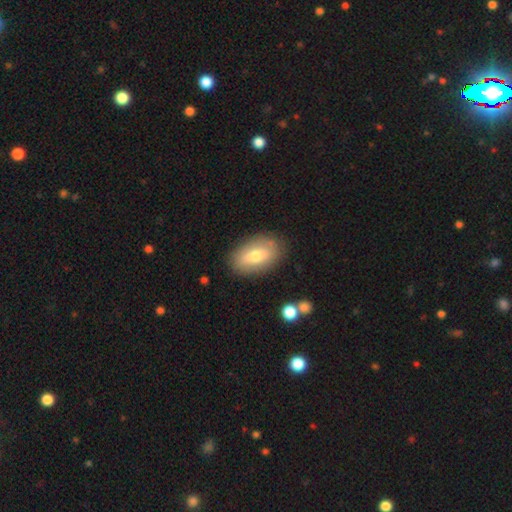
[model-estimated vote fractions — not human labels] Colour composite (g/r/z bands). It shows a smooth galaxy with no disk features (64%) that is in between round and cigar-shaped (91%). Merging: none (83%).